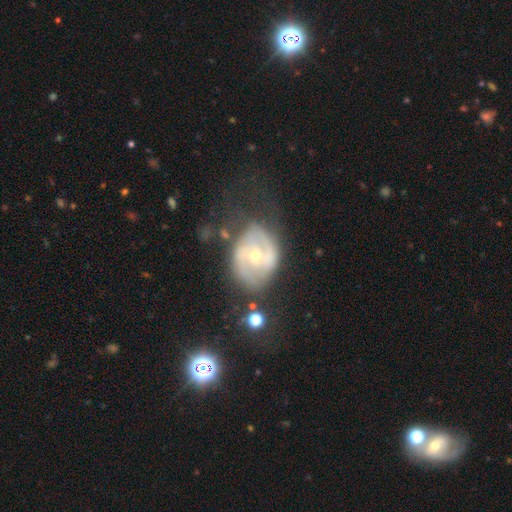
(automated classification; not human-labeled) Smooth or featured?
  - featured or disk: 76% *
  - smooth: 17%
  - star or artifact: 7%
Edge-on disk?
  - no: 96% *
  - yes: 4%
Bar?
  - no: 48% *
  - weak: 37%
  - strong: 15%
Spiral arms?
  - yes: 80% *
  - no: 20%
Spiral winding?
  - medium: 43% *
  - tight: 37%
  - loose: 21%
Spiral arm count?
  - 2: 70% *
  - can't tell: 18%
  - 3: 5%
  - 1: 3%
  - 4: 2%
  - more than 4: 2%
Bulge size?
  - small: 52% *
  - moderate: 45%
  - large: 2%
  - none: 1%
  - dominant: 1%
Merging?
  - none: 56% *
  - minor disturbance: 24%
  - major disturbance: 15%
  - merger: 5%